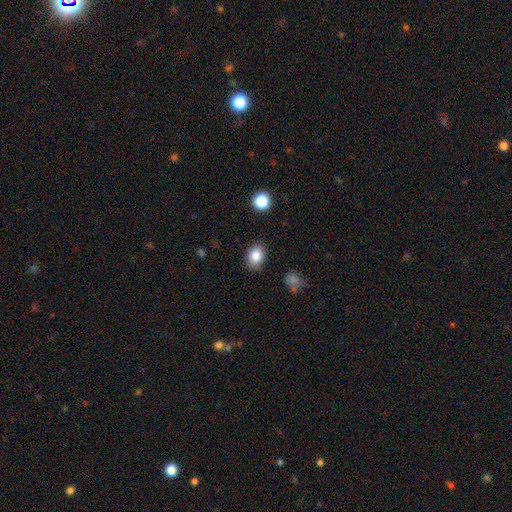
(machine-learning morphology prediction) type=smooth (85%); roundness=in between (59%); merging=none (84%).